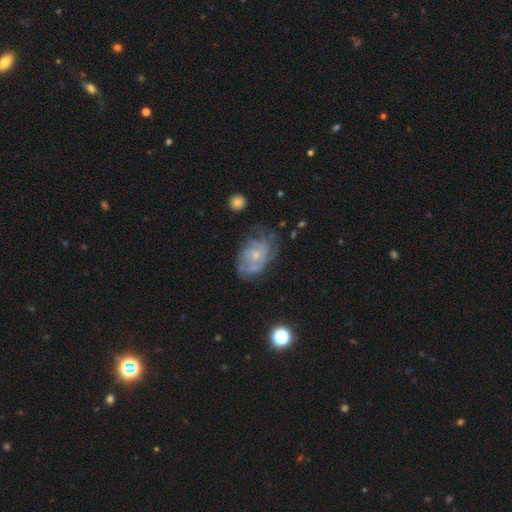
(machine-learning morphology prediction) A featured or disk galaxy (70%) with no bar (80%), spiral arms (73%) and a small central bulge (67%).

Vote fractions:
- Smooth or featured? featured or disk: 70% / smooth: 21% / star or artifact: 9%
- Edge-on disk? no: 97% / yes: 3%
- Bar? no: 80% / weak: 18% / strong: 2%
- Spiral arms? yes: 73% / no: 27%
- Bulge size? small: 67% / moderate: 27% / none: 4% / large: 1% / dominant: 1%
- Merging? none: 52% / minor disturbance: 26% / major disturbance: 17% / merger: 5%